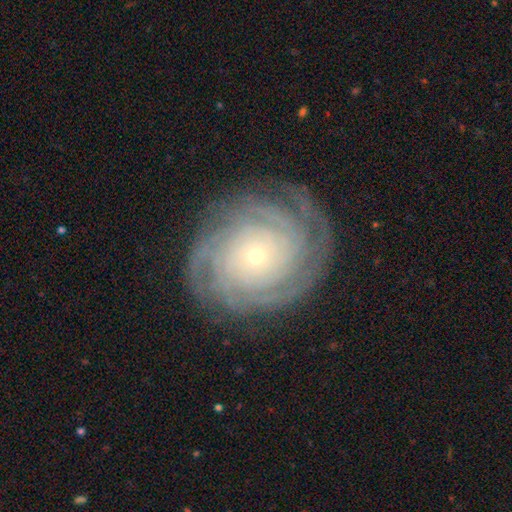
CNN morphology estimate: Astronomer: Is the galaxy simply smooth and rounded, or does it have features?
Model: featured or disk — 86%.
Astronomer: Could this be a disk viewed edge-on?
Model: no — 97%.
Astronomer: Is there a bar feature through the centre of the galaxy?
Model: no — 83%.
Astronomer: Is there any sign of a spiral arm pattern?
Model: yes — 97%.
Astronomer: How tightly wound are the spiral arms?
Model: tight — 85%.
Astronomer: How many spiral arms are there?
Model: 4 — 26% (runner-up: can't tell, 23%).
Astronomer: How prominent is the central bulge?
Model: small — 80%.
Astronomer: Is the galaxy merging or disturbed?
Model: none — 82%.